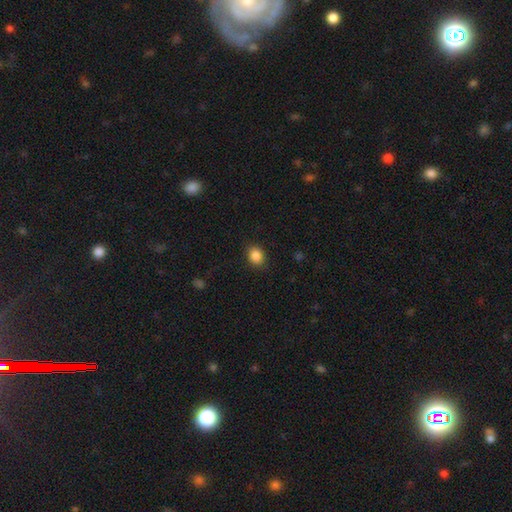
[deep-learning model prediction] Overall: smooth (87%). How rounded: round (54%; in between 45%). Merging: none (86%).